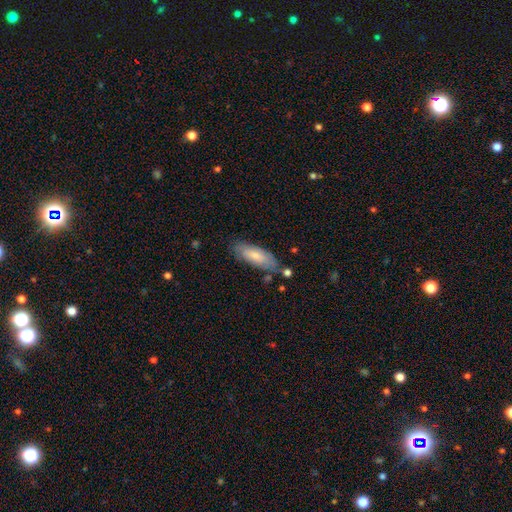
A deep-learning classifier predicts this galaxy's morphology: smooth 71%, featured or disk 23%, star or artifact 6%. Down the decision tree: how rounded — in between (67%); merging — none (69%).